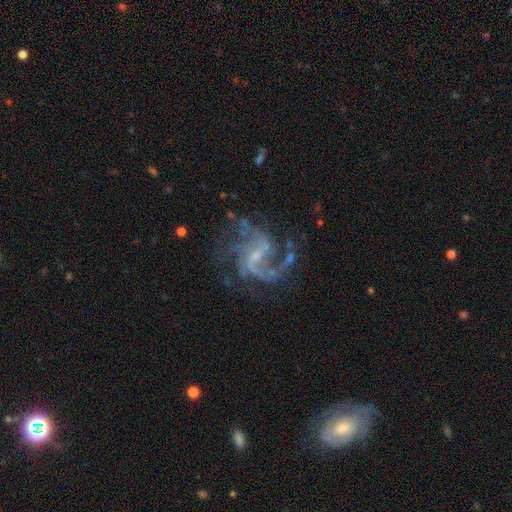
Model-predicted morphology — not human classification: Smooth or featured: featured or disk — 90% (star or artifact — 7%)
Edge-on disk: no — 98% (yes — 2%)
Bar: weak — 56% (no — 24%)
Spiral arms: yes — 96% (no — 4%)
Spiral winding: medium — 50% (loose — 36%)
Spiral arm count: 2 — 39% (3 — 25%)
Bulge size: small — 64% (moderate — 21%)
Merging: none — 57% (major disturbance — 22%)